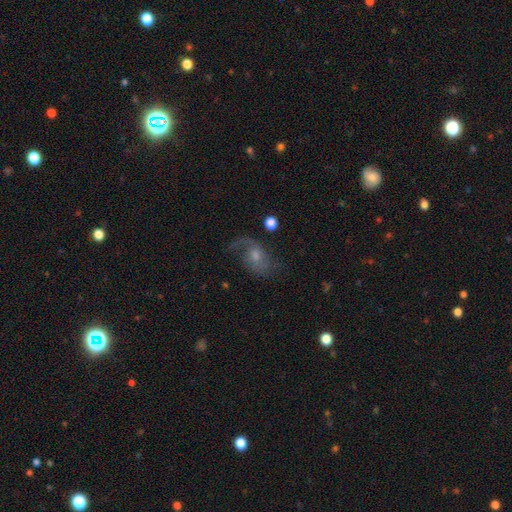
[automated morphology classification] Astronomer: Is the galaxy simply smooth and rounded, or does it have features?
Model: featured or disk — 73%.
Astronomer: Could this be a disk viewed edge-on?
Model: no — 96%.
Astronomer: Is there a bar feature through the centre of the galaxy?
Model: no — 64%.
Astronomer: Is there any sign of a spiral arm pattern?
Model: yes — 92%.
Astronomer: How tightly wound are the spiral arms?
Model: loose — 60%.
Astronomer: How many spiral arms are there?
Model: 2 — 64%.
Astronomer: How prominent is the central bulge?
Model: moderate — 46% (runner-up: small, 43%).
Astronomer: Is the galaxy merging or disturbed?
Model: none — 59%.